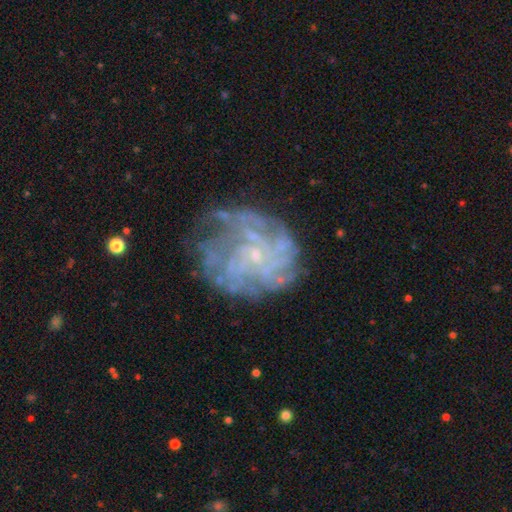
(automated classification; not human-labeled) Smooth or featured?
  - featured or disk: 79% *
  - smooth: 11%
  - star or artifact: 10%
Edge-on disk?
  - no: 98% *
  - yes: 2%
Bar?
  - no: 74% *
  - weak: 21%
  - strong: 4%
Spiral arms?
  - yes: 84% *
  - no: 16%
Spiral winding?
  - tight: 57% *
  - medium: 30%
  - loose: 13%
Spiral arm count?
  - can't tell: 39% *
  - more than 4: 20%
  - 4: 18%
  - 3: 9%
  - 2: 8%
  - 1: 7%
Bulge size?
  - small: 81% *
  - none: 9%
  - moderate: 8%
  - large: 1%
  - dominant: 1%
Merging?
  - none: 63% *
  - minor disturbance: 21%
  - major disturbance: 14%
  - merger: 2%